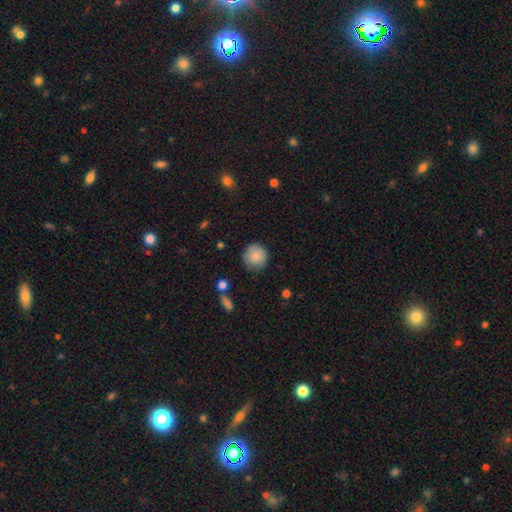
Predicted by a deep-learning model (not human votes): Smooth or featured? Predicted: smooth (p=0.86). How rounded? Predicted: round (p=0.92). Merging? Predicted: none (p=0.80).